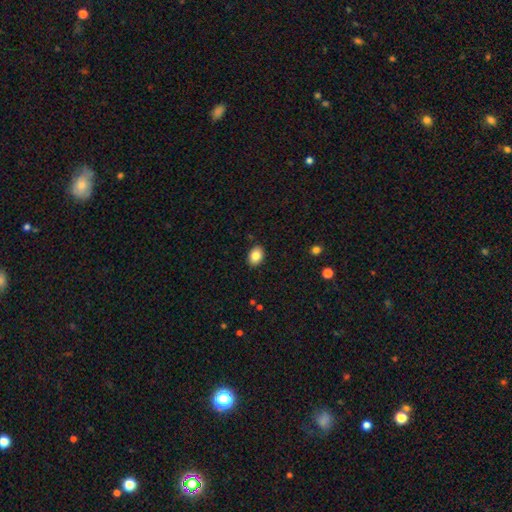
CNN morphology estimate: This is clearly a smooth galaxy (85%). How rounded: likely in between (73%). Merging: clearly none (90%).